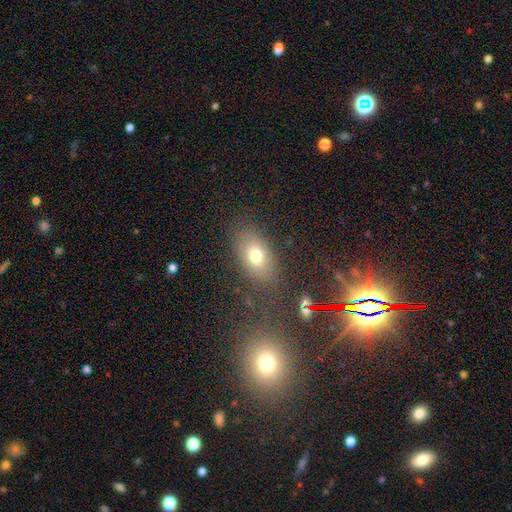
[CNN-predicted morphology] The model was most divided on "smooth or featured": smooth: 70%, featured or disk: 17%, star or artifact: 13%. More confident: how rounded — in between (85%); merging — none (79%).